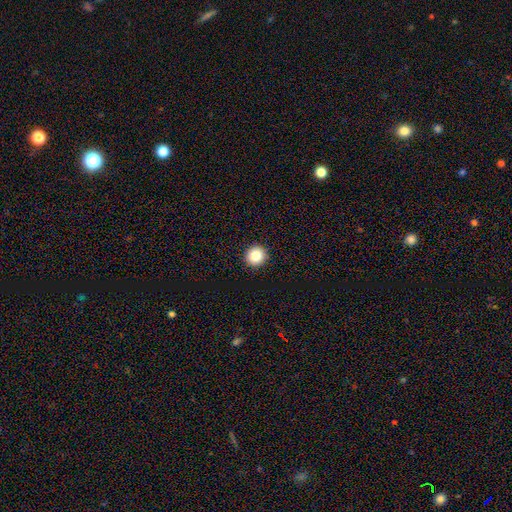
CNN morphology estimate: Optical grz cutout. It shows a smooth galaxy with no disk features (85%) that is round (93%). Merging: none (93%).